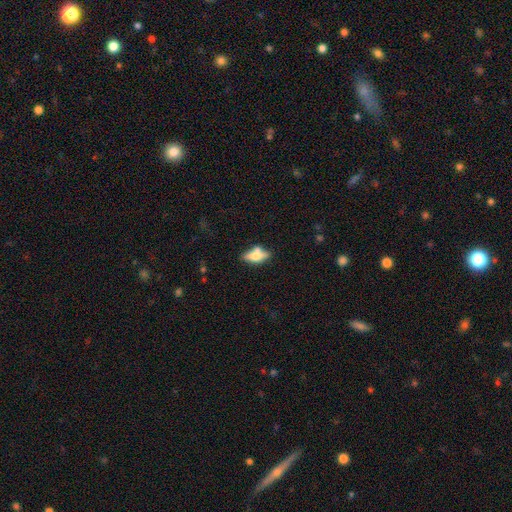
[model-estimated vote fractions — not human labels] Morphology: type=smooth (58%); roundness=in between (77%); merging=none (63%).